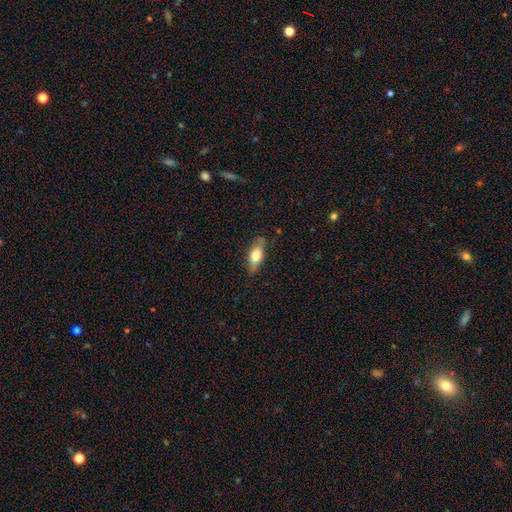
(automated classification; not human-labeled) Morphology: type=smooth (64%); roundness=in between (74%); merging=none (74%).